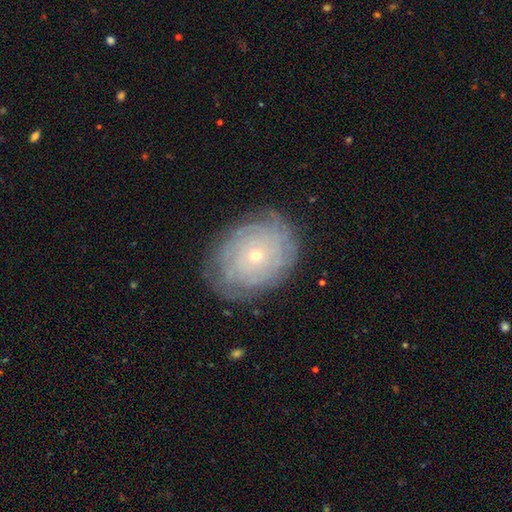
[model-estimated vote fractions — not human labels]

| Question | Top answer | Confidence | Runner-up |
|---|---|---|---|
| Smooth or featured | featured or disk | 69% | smooth (23%) |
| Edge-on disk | no | 96% | yes (4%) |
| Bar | no | 88% | weak (10%) |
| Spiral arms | yes | 79% | no (21%) |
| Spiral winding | tight | 82% | medium (13%) |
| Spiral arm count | can't tell | 56% | more than 4 (13%) |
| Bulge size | small | 79% | moderate (18%) |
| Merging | none | 78% | minor disturbance (16%) |